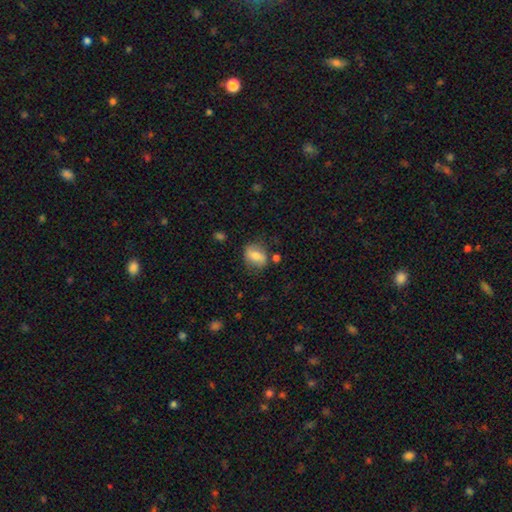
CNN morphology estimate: Smooth or featured? smooth (66%)
How rounded? in between (66%)
Merging? none (68%)